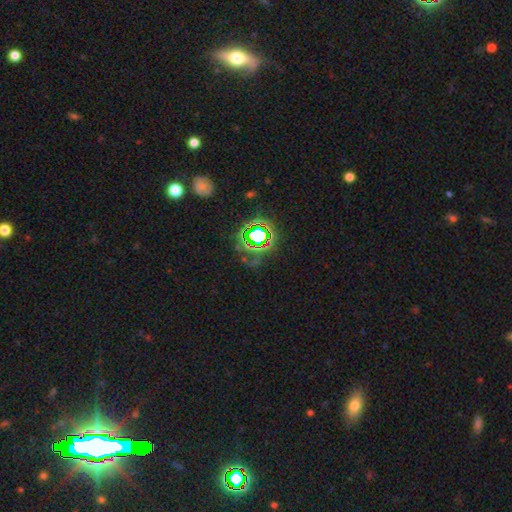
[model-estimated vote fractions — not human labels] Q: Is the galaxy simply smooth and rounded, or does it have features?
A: star or artifact — 76%.